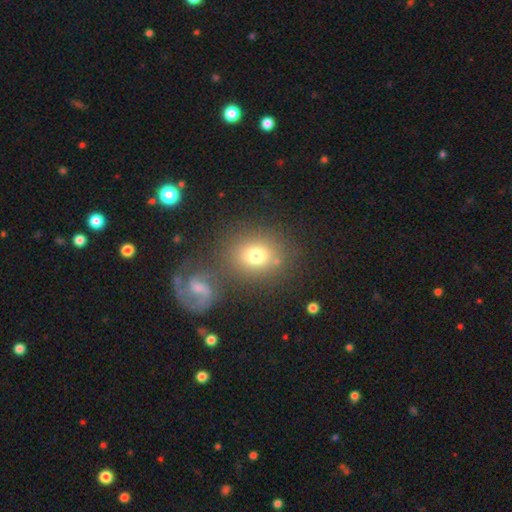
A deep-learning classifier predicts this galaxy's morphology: Q: Smooth or featured?
A: smooth (74%); runner-up: featured or disk (13%)
Q: How rounded?
A: round (63%); runner-up: in between (36%)
Q: Merging?
A: none (67%); runner-up: merger (16%)